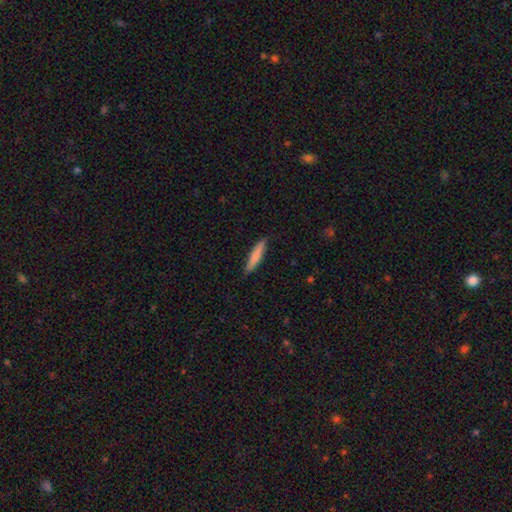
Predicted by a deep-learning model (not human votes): Smooth or featured?
  - smooth: 75% *
  - featured or disk: 20%
  - star or artifact: 5%
How rounded?
  - cigar-shaped: 89% *
  - in between: 10%
  - round: 1%
Merging?
  - none: 87% *
  - minor disturbance: 10%
  - major disturbance: 2%
  - merger: 1%